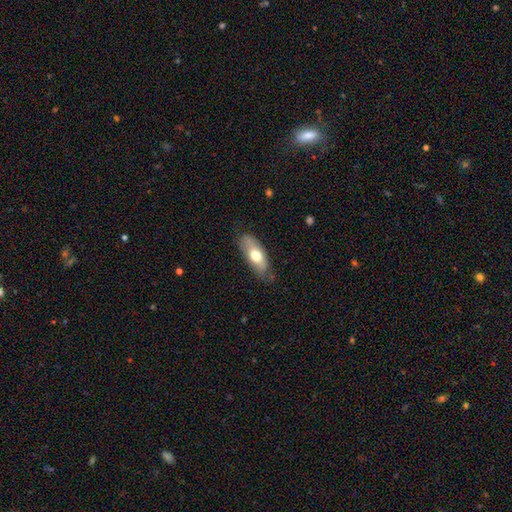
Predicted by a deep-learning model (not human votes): Overall: smooth (64%; featured or disk 30%). How rounded: in between (77%). Merging: none (75%).